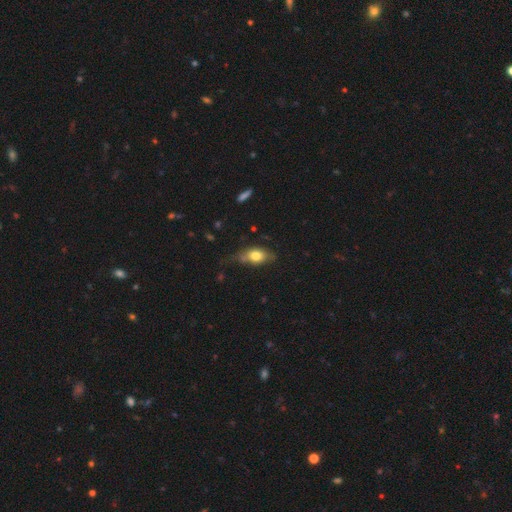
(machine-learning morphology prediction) The model was most divided on "merging": none: 48%, minor disturbance: 32%, major disturbance: 14%, merger: 6%. More confident: how rounded — in between (81%); smooth or featured — smooth (72%).